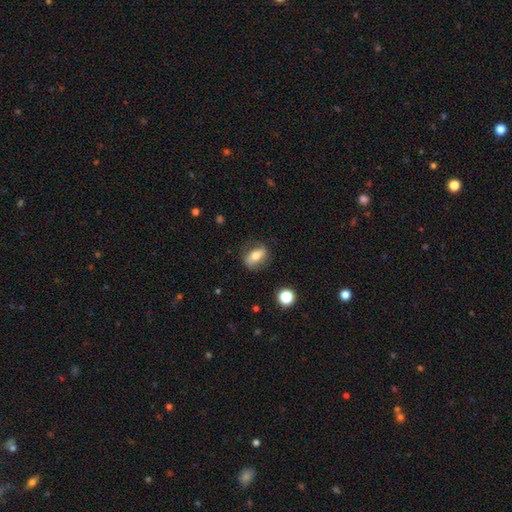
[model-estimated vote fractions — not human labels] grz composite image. It shows a smooth galaxy with no disk features (56%) that is in between round and cigar-shaped (76%). Merging: none (75%).